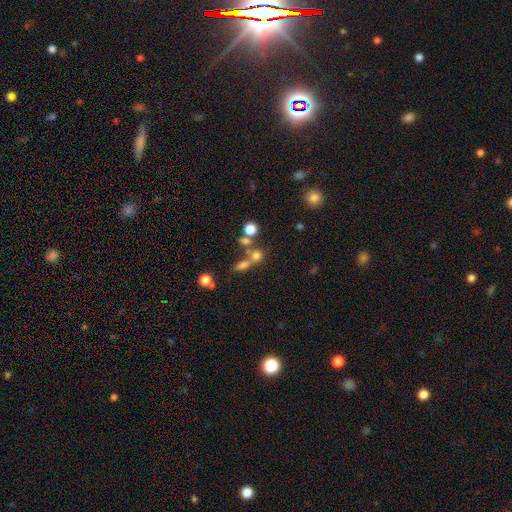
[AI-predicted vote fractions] smooth 66%, star or artifact 19%, featured or disk 15%. Down the decision tree: how rounded — round (74%); merging — none (42%, tied with merger).